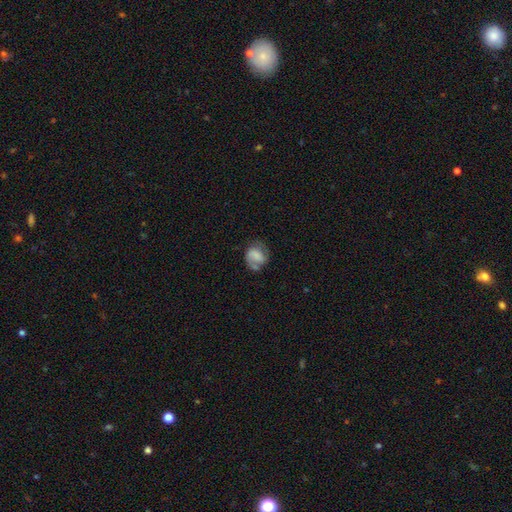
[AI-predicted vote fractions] Smooth or featured?
  - smooth: 51% *
  - featured or disk: 40%
  - star or artifact: 9%
How rounded?
  - round: 54% *
  - in between: 44%
  - cigar-shaped: 1%
Merging?
  - none: 47% *
  - minor disturbance: 27%
  - major disturbance: 18%
  - merger: 8%